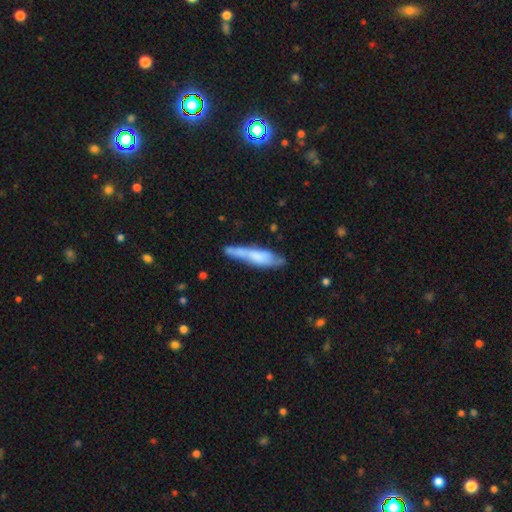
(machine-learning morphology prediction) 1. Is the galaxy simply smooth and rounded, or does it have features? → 56% smooth, 37% featured or disk, 7% star or artifact.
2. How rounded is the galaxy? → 83% cigar-shaped, 16% in between, 2% round.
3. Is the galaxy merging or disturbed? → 57% none, 27% minor disturbance, 9% major disturbance, 7% merger.